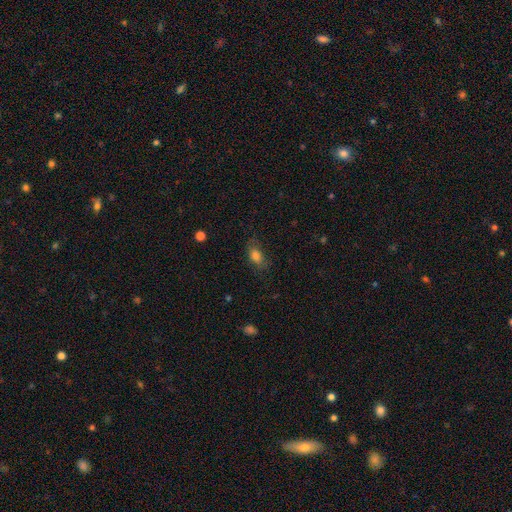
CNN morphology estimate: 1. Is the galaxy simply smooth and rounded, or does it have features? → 78% smooth, 11% featured or disk, 11% star or artifact.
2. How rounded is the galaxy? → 84% in between, 11% round, 5% cigar-shaped.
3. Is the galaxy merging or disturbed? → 66% none, 22% minor disturbance, 10% major disturbance, 2% merger.